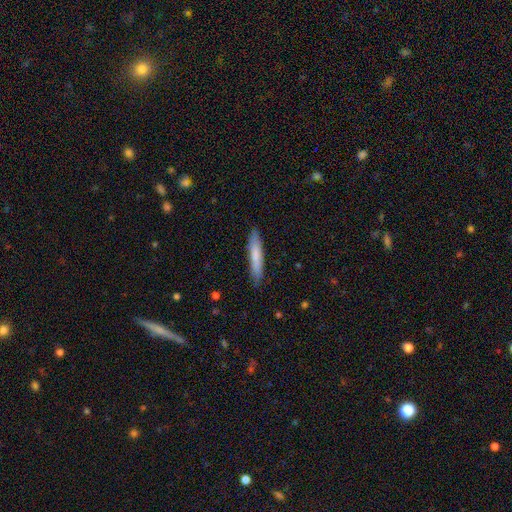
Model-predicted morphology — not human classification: A smooth galaxy with no disk features (74%) that is cigar-shaped (91%). Merging: none (88%).